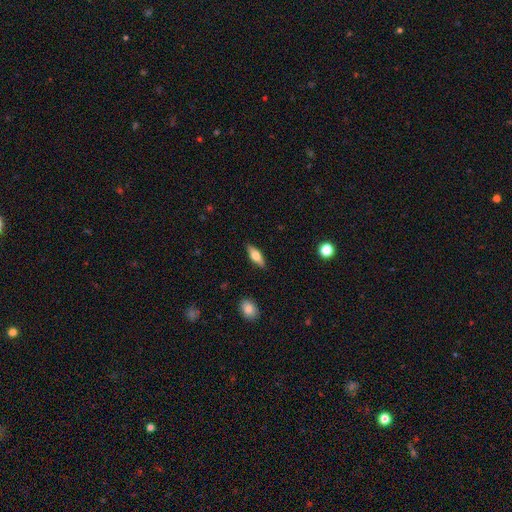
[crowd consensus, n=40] smooth-or-featured: smooth: 68% | featured or disk: 30% | star or artifact: 2%
  how-rounded: in between: 67% | cigar-shaped: 30% | round: 4%
  merging: none: 87% | minor disturbance: 10% | major disturbance: 3% | merger: 0%